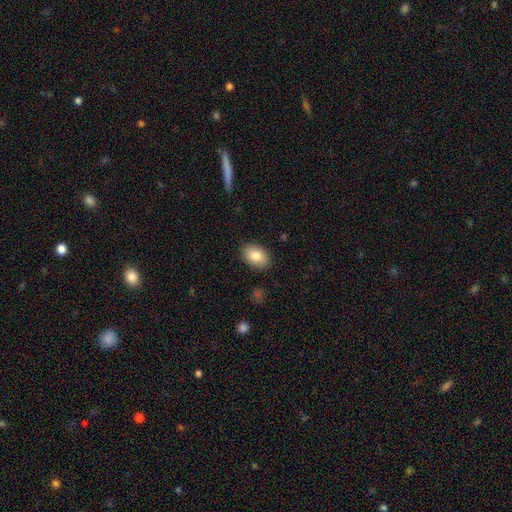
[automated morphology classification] The model was most divided on "how rounded": in between: 85%, round: 14%, cigar-shaped: 1%. More confident: merging — none (88%); smooth or featured — smooth (83%).